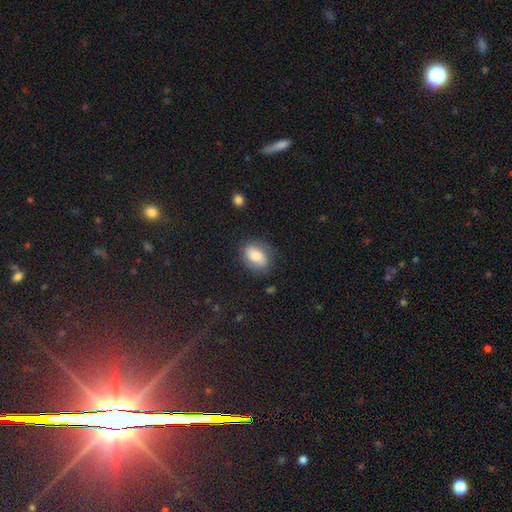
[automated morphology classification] Smooth or featured: smooth — 64% (featured or disk — 28%)
How rounded: in between — 77% (round — 21%)
Merging: none — 72% (minor disturbance — 19%)